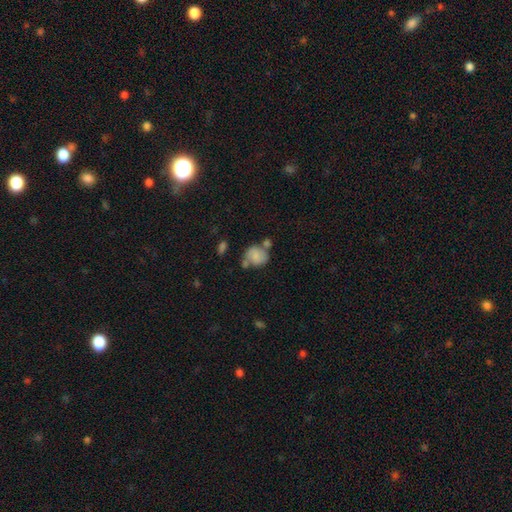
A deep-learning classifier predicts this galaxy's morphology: Smooth or featured?
  - smooth: 69% *
  - featured or disk: 23%
  - star or artifact: 9%
How rounded?
  - round: 66% *
  - in between: 33%
  - cigar-shaped: 1%
Merging?
  - none: 42% *
  - merger: 28%
  - minor disturbance: 21%
  - major disturbance: 9%